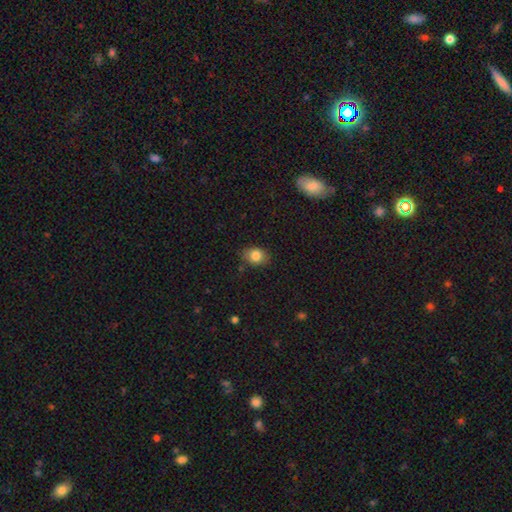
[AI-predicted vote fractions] Smooth or featured? smooth (83%)
How rounded? in between (65%)
Merging? none (78%)